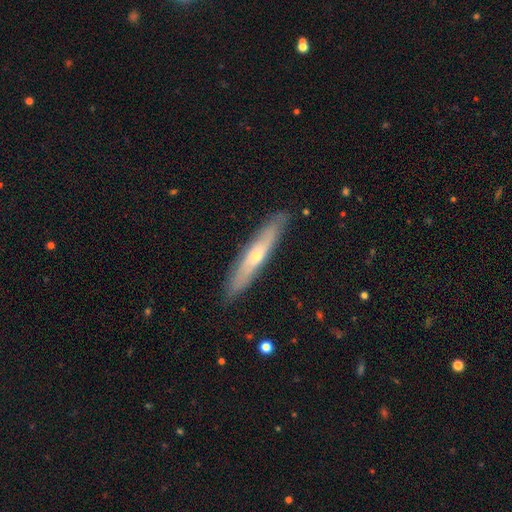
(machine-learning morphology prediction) Overall: featured or disk (57%; smooth 36%). Edge-on disk: yes (74%). Merging: none (87%).